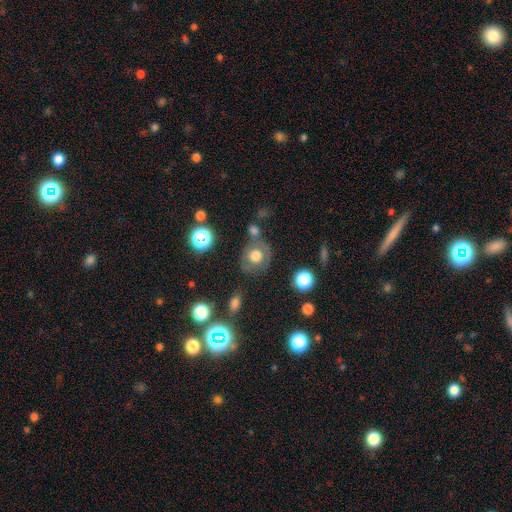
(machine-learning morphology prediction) smooth-or-featured: smooth: 63% | featured or disk: 25% | star or artifact: 13%
  how-rounded: round: 80% | in between: 18% | cigar-shaped: 1%
  merging: none: 58% | minor disturbance: 18% | merger: 14% | major disturbance: 10%